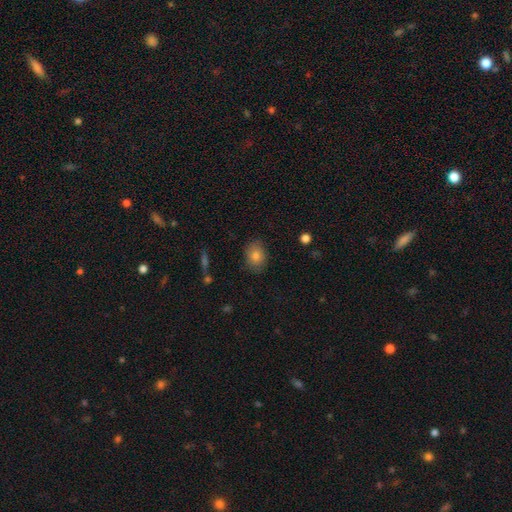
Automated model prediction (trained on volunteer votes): smooth 81%, featured or disk 10%, star or artifact 9%. Down the decision tree: how rounded — in between (65%); merging — none (83%).